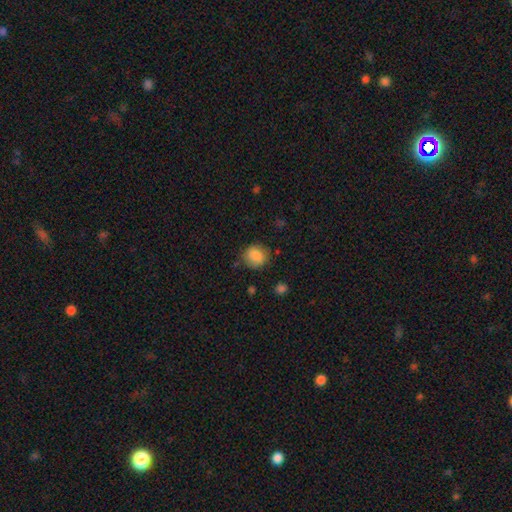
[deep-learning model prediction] Overall: smooth (86%). How rounded: round (79%). Merging: none (77%).